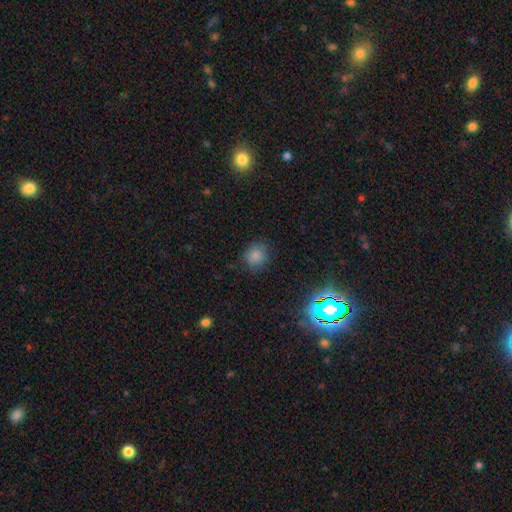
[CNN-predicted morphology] Smooth or featured: smooth — 80% (star or artifact — 14%)
How rounded: round — 79% (in between — 20%)
Merging: none — 81% (minor disturbance — 14%)